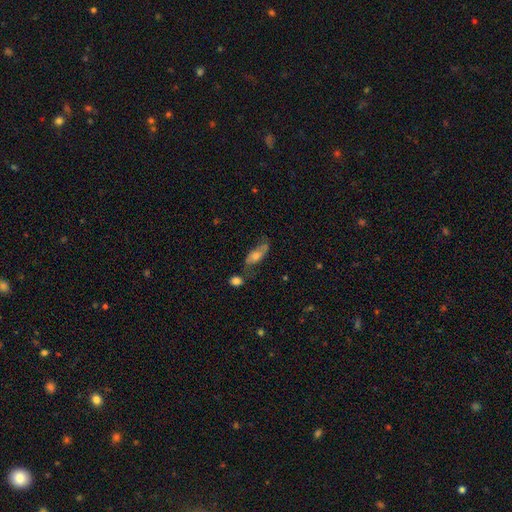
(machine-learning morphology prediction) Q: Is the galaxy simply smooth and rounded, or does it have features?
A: featured or disk — 47%.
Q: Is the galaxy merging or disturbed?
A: none — 52%.